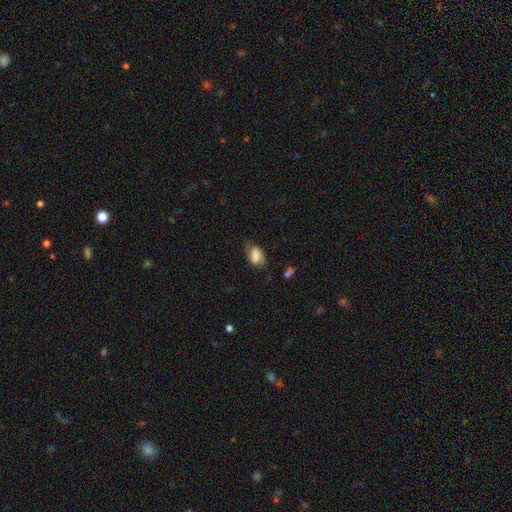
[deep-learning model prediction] This is likely a smooth galaxy (70%). How rounded: clearly in between (87%). Merging: possibly none (52%).